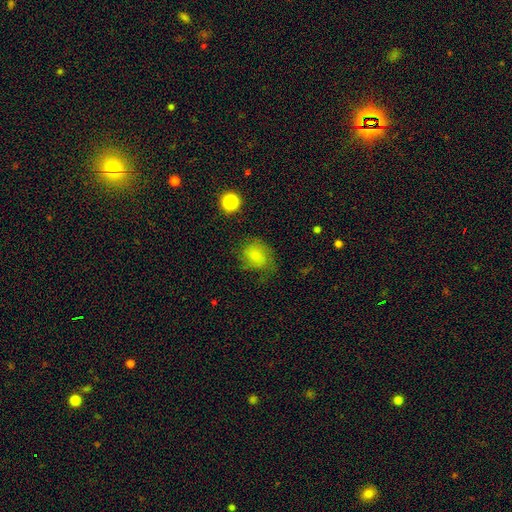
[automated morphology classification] Smooth or featured?
  - smooth: 72% *
  - featured or disk: 17%
  - star or artifact: 11%
How rounded?
  - round: 54% *
  - in between: 45%
  - cigar-shaped: 1%
Merging?
  - none: 56% *
  - minor disturbance: 26%
  - major disturbance: 16%
  - merger: 2%